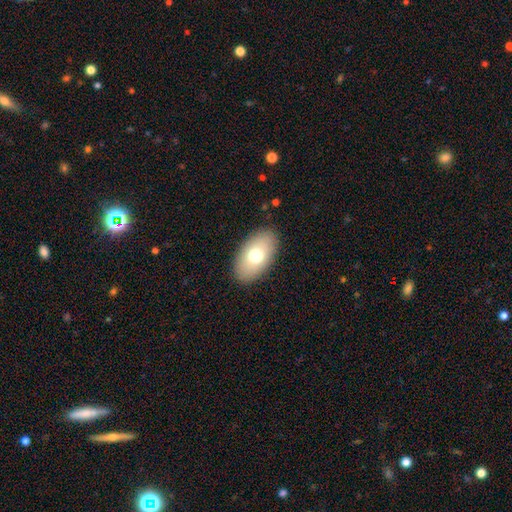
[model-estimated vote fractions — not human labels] This appears to be a smooth galaxy with no disk features (71%) that is in between round and cigar-shaped (93%). Merging: none (88%).